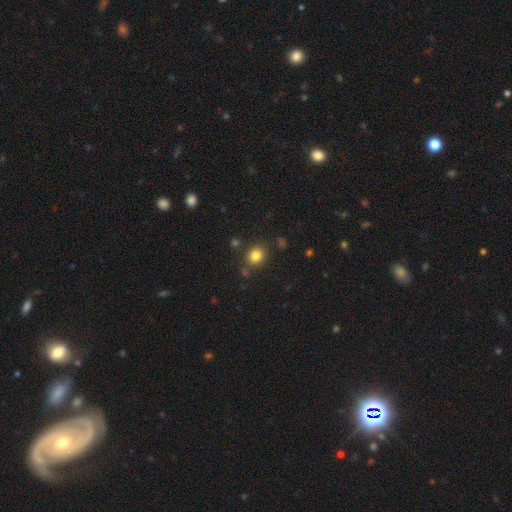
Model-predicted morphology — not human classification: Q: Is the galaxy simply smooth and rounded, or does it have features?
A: smooth — 82%.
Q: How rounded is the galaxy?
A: round — 71%.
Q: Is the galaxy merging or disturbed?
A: none — 82%.